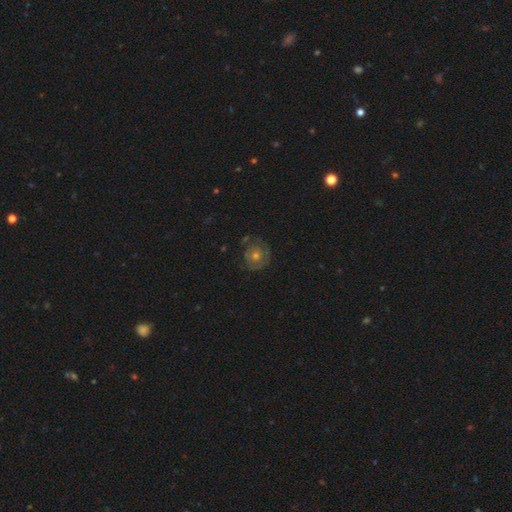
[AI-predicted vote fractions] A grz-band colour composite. It shows a featured or disk galaxy (56%) with no bar (88%), spiral arms (66%) and a moderate central bulge (60%). Merging: none (76%).